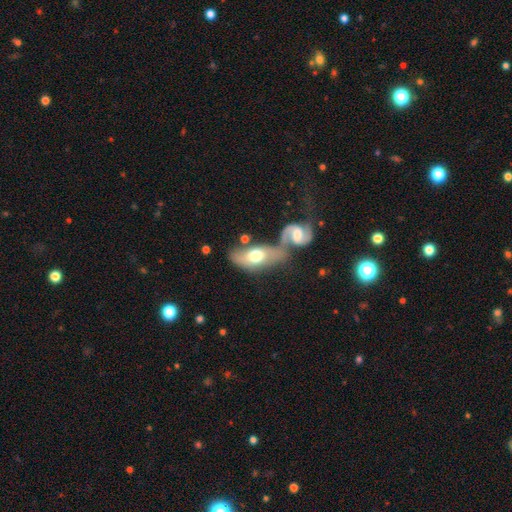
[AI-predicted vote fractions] A smooth galaxy with no disk features (50%) that is in between round and cigar-shaped (86%).

Vote fractions:
- Smooth or featured? smooth: 50% / featured or disk: 45% / star or artifact: 5%
- How rounded? in between: 86% / cigar-shaped: 9% / round: 5%
- Merging? merger: 46% / none: 34% / minor disturbance: 13% / major disturbance: 7%